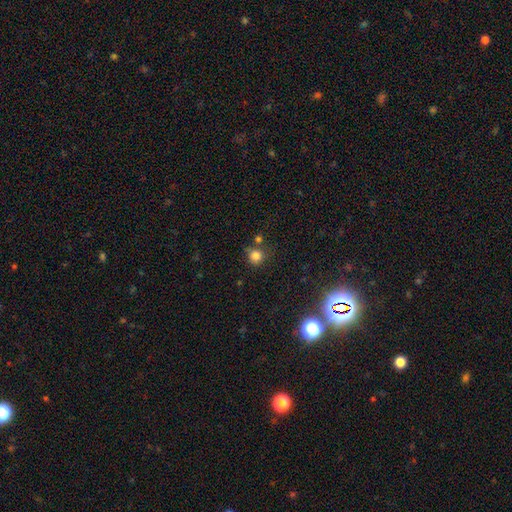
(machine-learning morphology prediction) smooth-or-featured: smooth: 81% | star or artifact: 14% | featured or disk: 5%
  how-rounded: round: 90% | in between: 9% | cigar-shaped: 1%
  merging: none: 67% | minor disturbance: 15% | merger: 12% | major disturbance: 5%